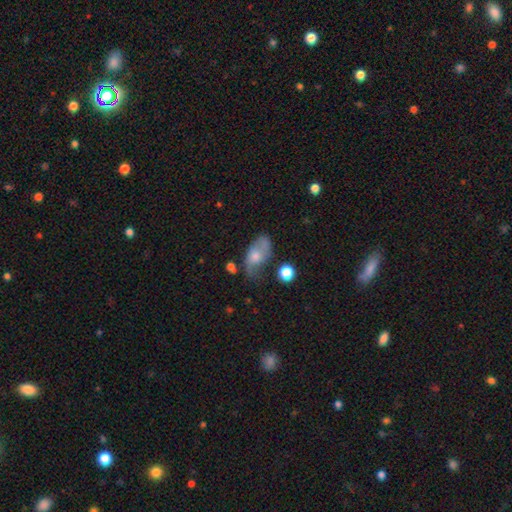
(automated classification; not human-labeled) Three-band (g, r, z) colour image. It shows a smooth galaxy with no disk features (47%). Merging: none (47%).